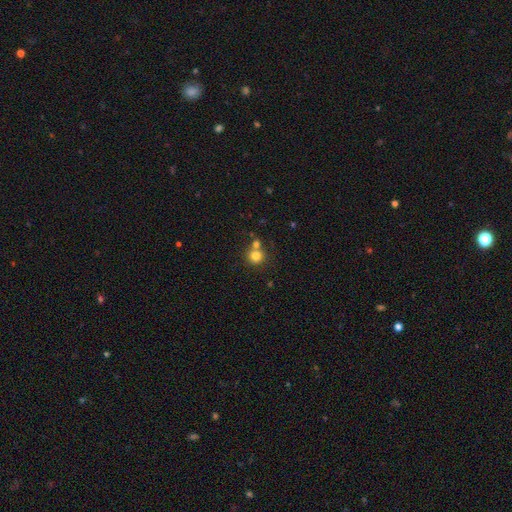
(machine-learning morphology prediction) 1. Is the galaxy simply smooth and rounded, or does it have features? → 80% smooth, 12% star or artifact, 8% featured or disk.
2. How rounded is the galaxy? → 91% round, 8% in between, 1% cigar-shaped.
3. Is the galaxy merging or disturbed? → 61% none, 29% merger, 8% minor disturbance, 3% major disturbance.